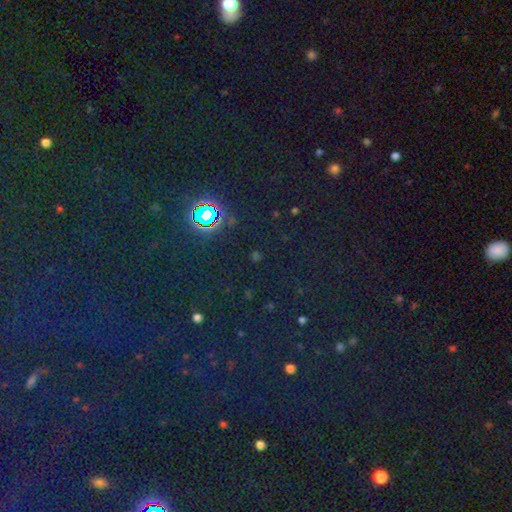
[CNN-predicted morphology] A star or artifact, not a galaxy (80%).